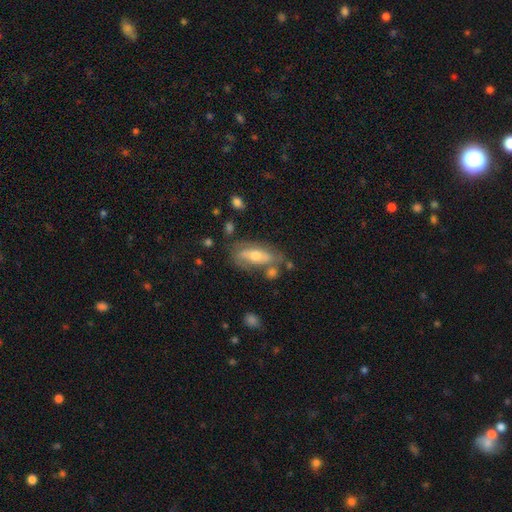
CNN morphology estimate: A featured or disk galaxy (56%). Merging: none (56%).